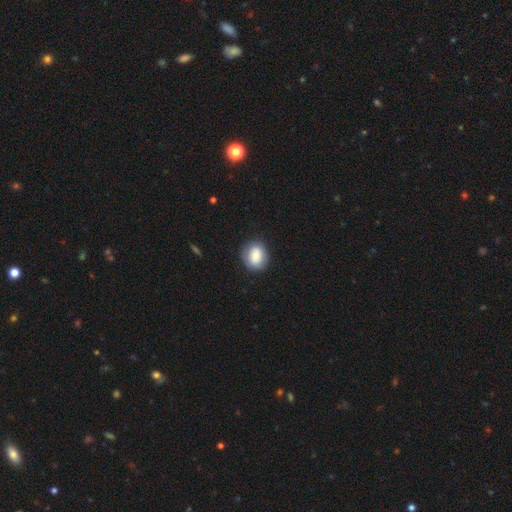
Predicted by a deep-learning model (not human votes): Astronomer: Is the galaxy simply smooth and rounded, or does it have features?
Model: smooth — 79%.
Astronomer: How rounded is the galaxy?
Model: round — 61% (runner-up: in between, 38%).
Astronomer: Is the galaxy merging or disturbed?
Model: none — 81%.